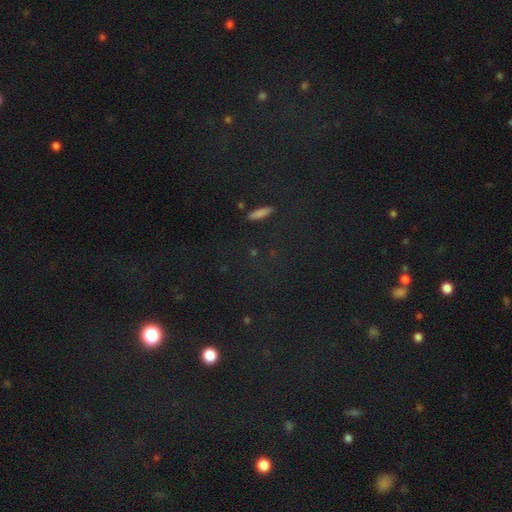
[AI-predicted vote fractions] A star or artifact, not a galaxy (66%).

Vote fractions:
- Smooth or featured? star or artifact: 66% / smooth: 23% / featured or disk: 10%